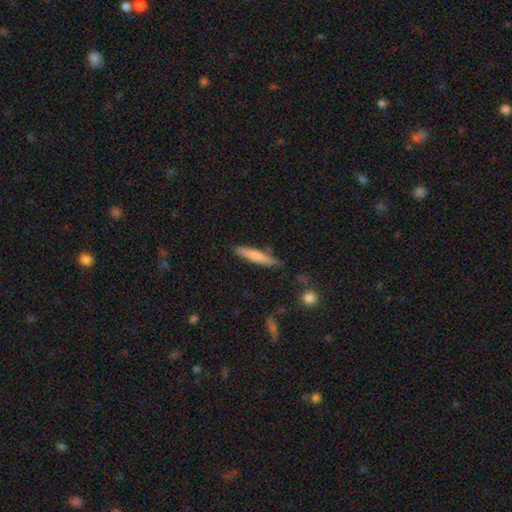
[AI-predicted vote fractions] smooth-or-featured: smooth: 69% | featured or disk: 25% | star or artifact: 6%
  how-rounded: cigar-shaped: 90% | in between: 8% | round: 1%
  merging: none: 78% | minor disturbance: 16% | merger: 3% | major disturbance: 3%